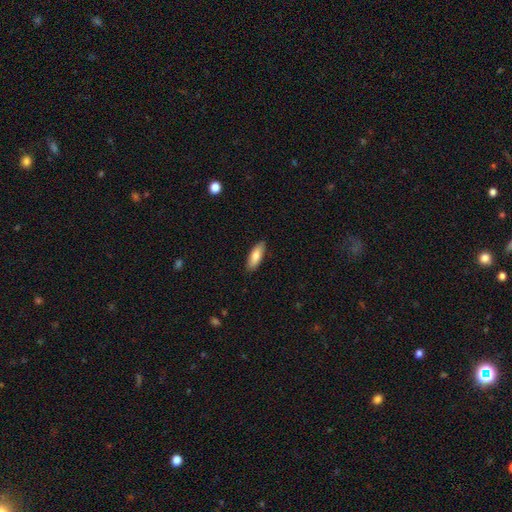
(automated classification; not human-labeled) A smooth galaxy with no disk features (79%) that is in between round and cigar-shaped (67%). Merging: none (87%).